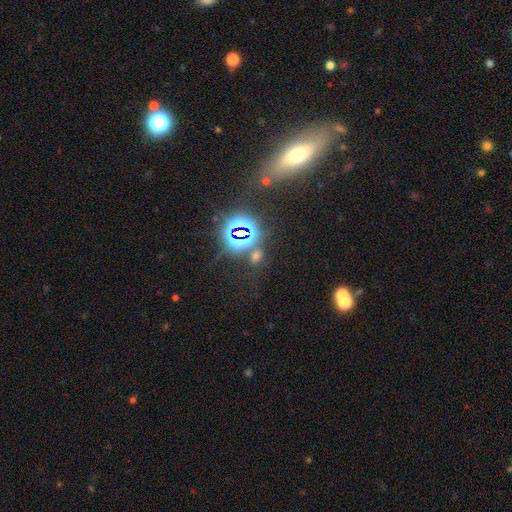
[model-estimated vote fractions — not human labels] The model was most divided on "smooth or featured": star or artifact: 56%, smooth: 36%, featured or disk: 7%.